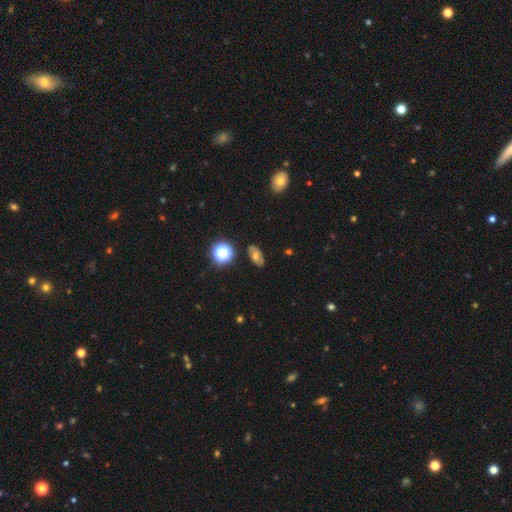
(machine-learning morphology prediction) A smooth galaxy with no disk features (42%). Merging: none (83%).